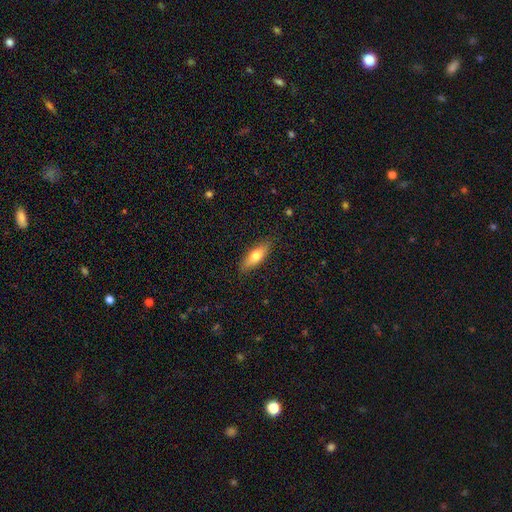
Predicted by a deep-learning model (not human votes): Morphology: type=smooth (67%); roundness=in between (57%); merging=none (87%).